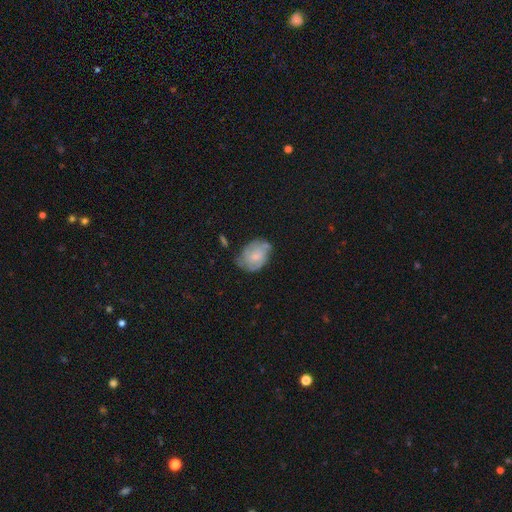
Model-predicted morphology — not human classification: A featured or disk galaxy (50%). Merging: none (53%).